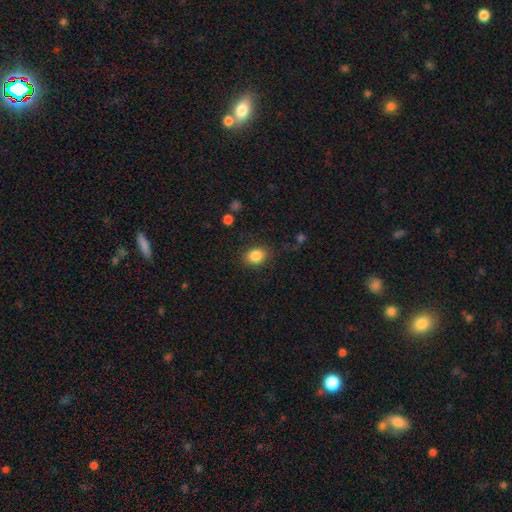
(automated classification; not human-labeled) smooth_or_featured: smooth (p=0.86) [alt: star or artifact p=0.09]
how_rounded: in between (p=0.54) [alt: round p=0.45]
merging: none (p=0.84) [alt: minor disturbance p=0.11]